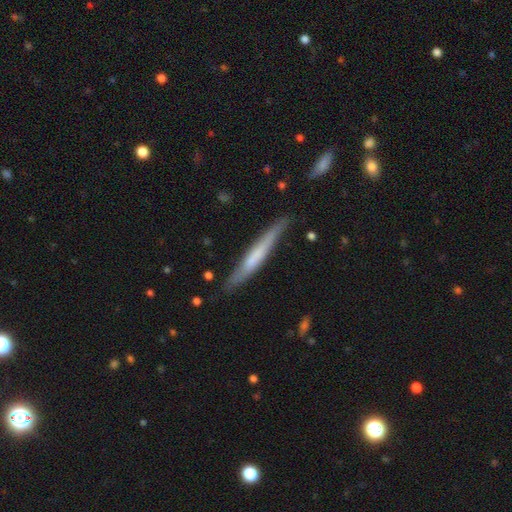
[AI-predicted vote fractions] The model was most divided on "smooth or featured": smooth: 49%, featured or disk: 45%, star or artifact: 6%. More confident: merging — none (79%).